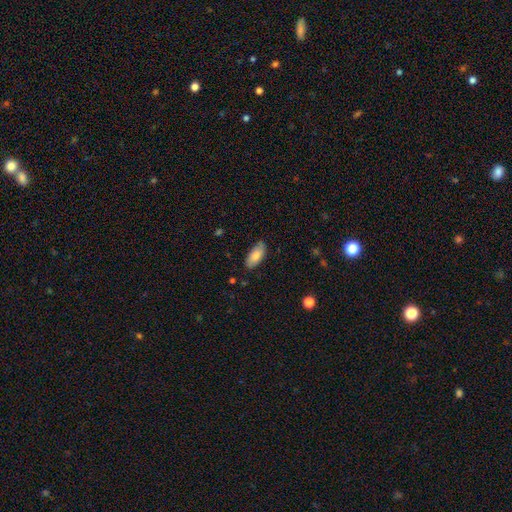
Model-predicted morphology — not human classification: smooth-or-featured: smooth: 82% | featured or disk: 12% | star or artifact: 6%
  how-rounded: in between: 86% | cigar-shaped: 12% | round: 2%
  merging: none: 83% | minor disturbance: 13% | major disturbance: 2% | merger: 1%